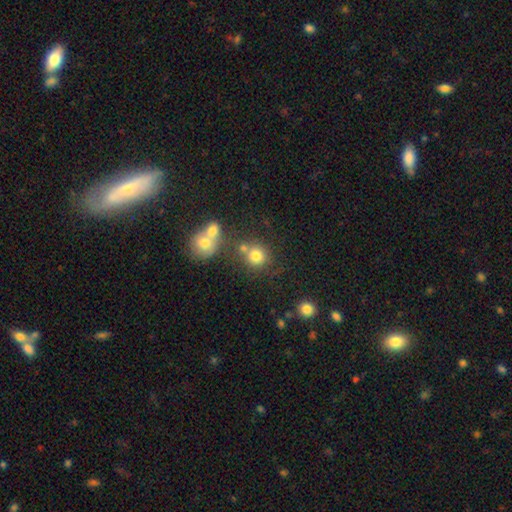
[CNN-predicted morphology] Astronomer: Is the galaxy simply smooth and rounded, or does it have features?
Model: smooth — 78%.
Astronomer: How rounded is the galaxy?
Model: round — 86%.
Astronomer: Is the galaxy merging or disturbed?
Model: none — 58%.